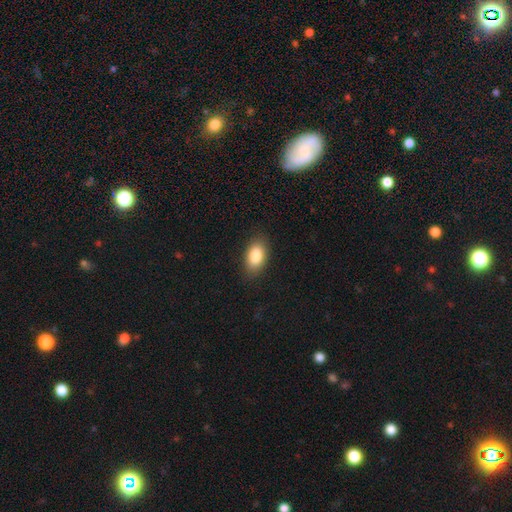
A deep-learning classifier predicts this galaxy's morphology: A smooth galaxy with no disk features (87%) that is in between round and cigar-shaped (92%).

Vote fractions:
- Smooth or featured? smooth: 87% / star or artifact: 7% / featured or disk: 6%
- How rounded? in between: 92% / round: 6% / cigar-shaped: 2%
- Merging? none: 86% / minor disturbance: 11% / major disturbance: 3% / merger: 1%